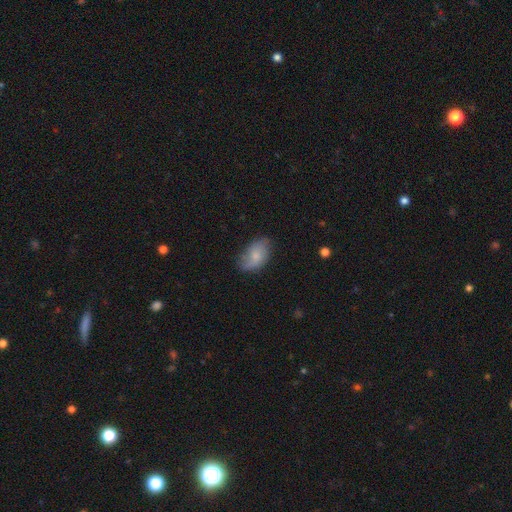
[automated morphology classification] A smooth galaxy with no disk features (67%) that is in between round and cigar-shaped (91%). Merging: none (67%).